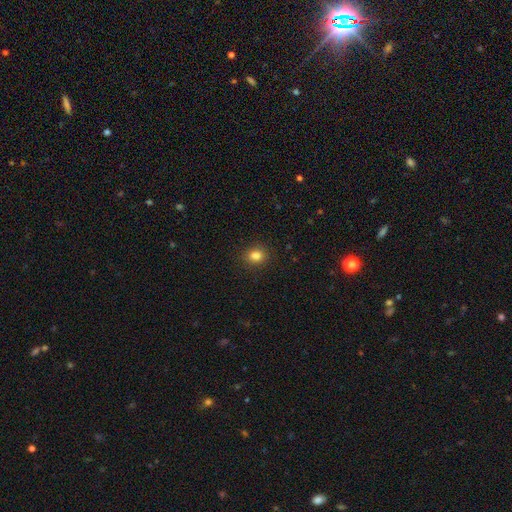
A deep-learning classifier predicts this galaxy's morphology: Smooth or featured? Predicted: smooth (p=0.84). How rounded? Predicted: round (p=0.59). Merging? Predicted: none (p=0.89).